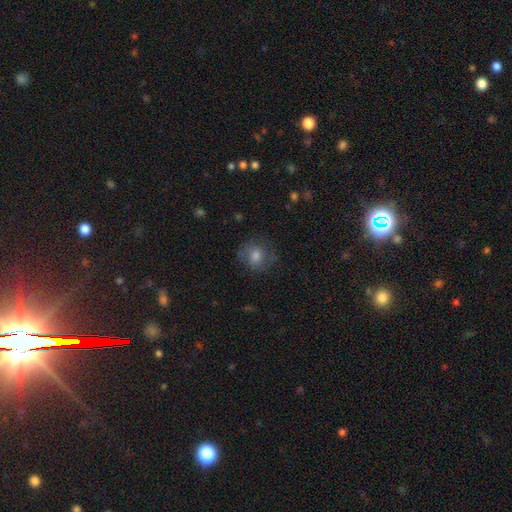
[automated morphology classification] Overall: smooth (64%; featured or disk 24%). How rounded: round (78%). Merging: none (75%).